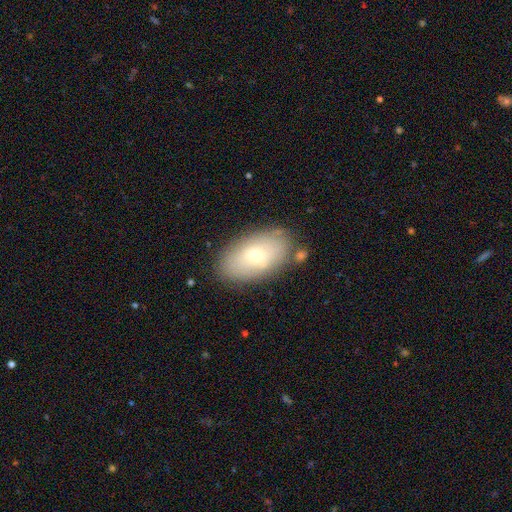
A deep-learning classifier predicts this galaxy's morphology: type=smooth (66%); roundness=in between (93%); merging=none (79%).